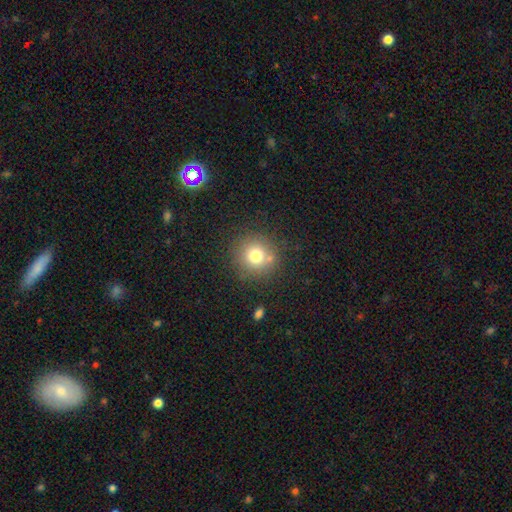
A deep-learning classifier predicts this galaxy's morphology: A smooth galaxy with no disk features (75%) that is round (92%).

Vote fractions:
- Smooth or featured? smooth: 75% / star or artifact: 14% / featured or disk: 11%
- How rounded? round: 92% / in between: 7% / cigar-shaped: 1%
- Merging? none: 79% / minor disturbance: 10% / merger: 7% / major disturbance: 4%